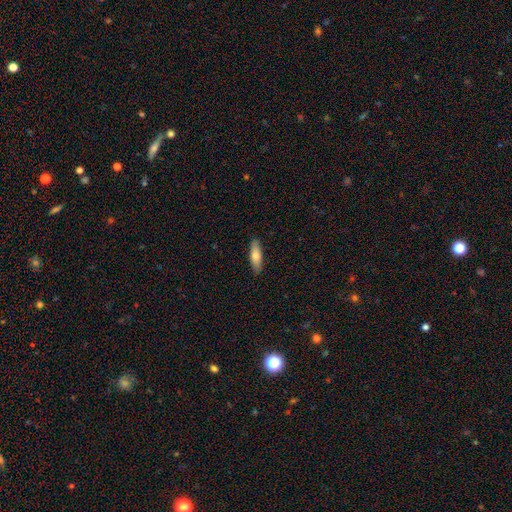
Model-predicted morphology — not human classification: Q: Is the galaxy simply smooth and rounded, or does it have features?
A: smooth — 73%.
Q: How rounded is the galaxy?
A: cigar-shaped — 55%.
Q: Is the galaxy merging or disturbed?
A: none — 89%.